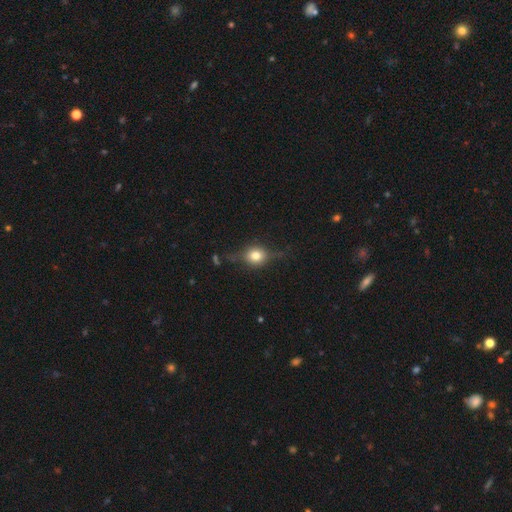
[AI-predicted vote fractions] This appears to be a smooth galaxy with no disk features (52%) that is round (68%). Merging: none (66%).